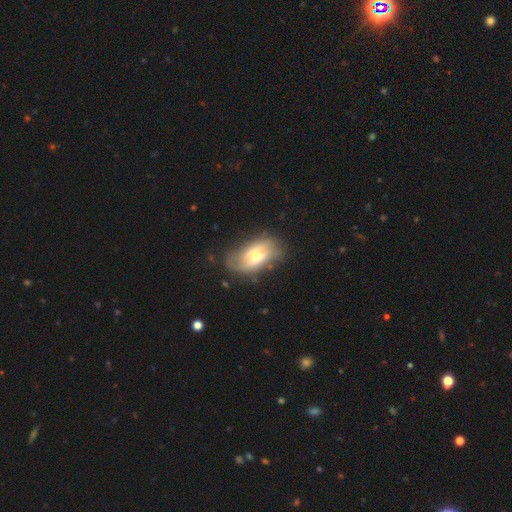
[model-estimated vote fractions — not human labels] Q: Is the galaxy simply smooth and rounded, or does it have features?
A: featured or disk — 51%.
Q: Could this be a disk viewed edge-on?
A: no — 87%.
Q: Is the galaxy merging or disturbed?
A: none — 65%.